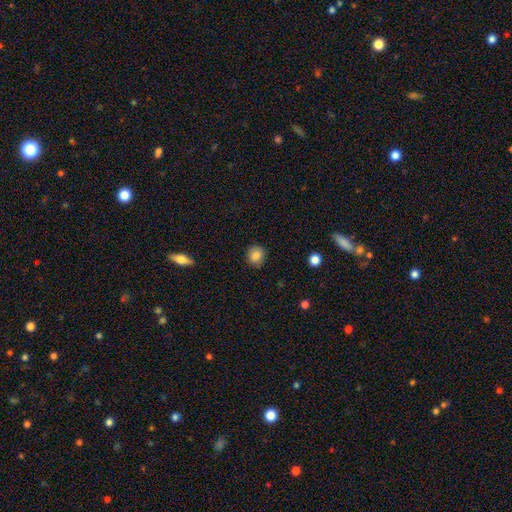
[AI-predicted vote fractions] This is clearly a smooth galaxy (84%). How rounded: clearly round (85%). Merging: clearly none (89%).